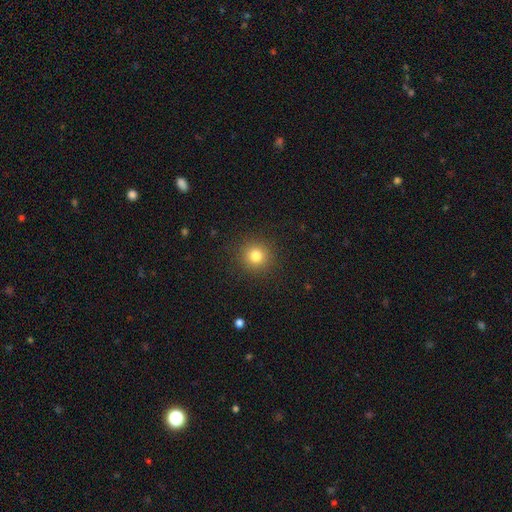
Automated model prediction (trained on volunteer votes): Smooth or featured: smooth — 81% (star or artifact — 13%)
How rounded: round — 94% (in between — 6%)
Merging: none — 91% (minor disturbance — 6%)